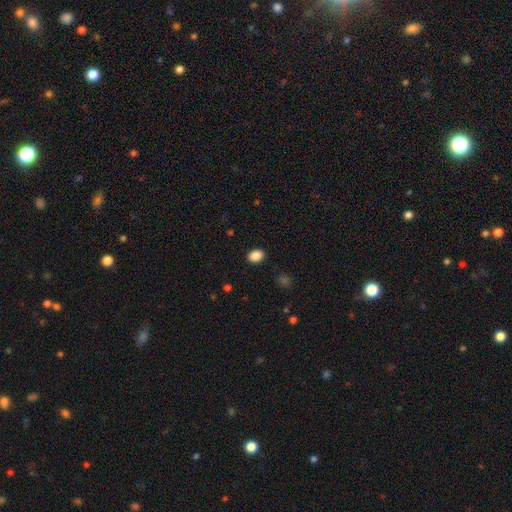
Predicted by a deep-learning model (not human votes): Smooth or featured? Predicted: smooth (p=0.88). How rounded? Predicted: in between (p=0.68). Merging? Predicted: none (p=0.89).